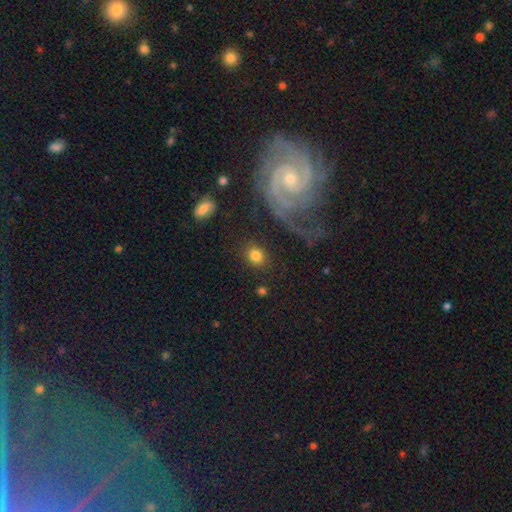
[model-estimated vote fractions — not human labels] A smooth galaxy with no disk features (79%) that is round (60%). Merging: none (83%).